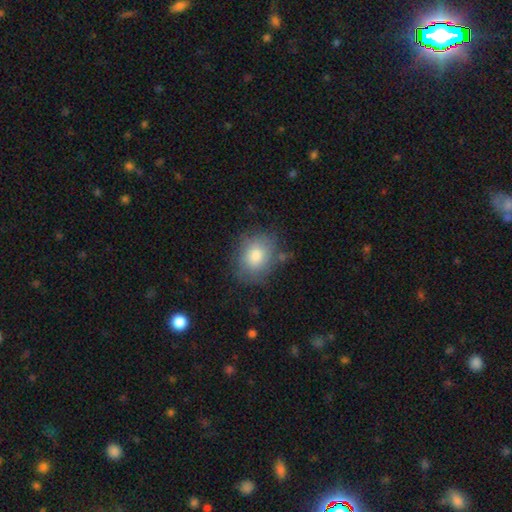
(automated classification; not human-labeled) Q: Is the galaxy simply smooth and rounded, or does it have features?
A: smooth — 78%.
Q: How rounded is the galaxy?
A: in between — 52%.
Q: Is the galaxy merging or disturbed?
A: none — 72%.